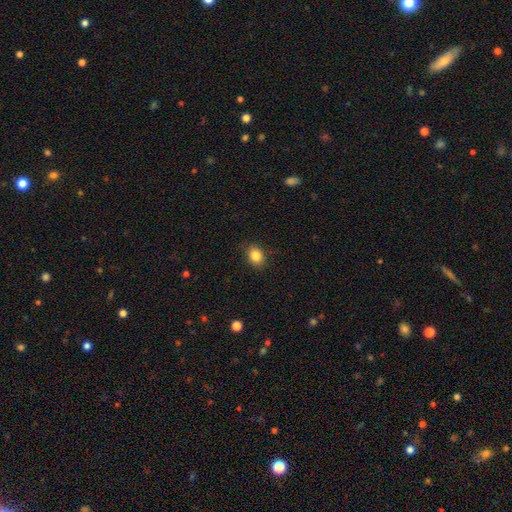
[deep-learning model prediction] Morphology: type=smooth (85%); roundness=in between (54%); merging=none (87%).